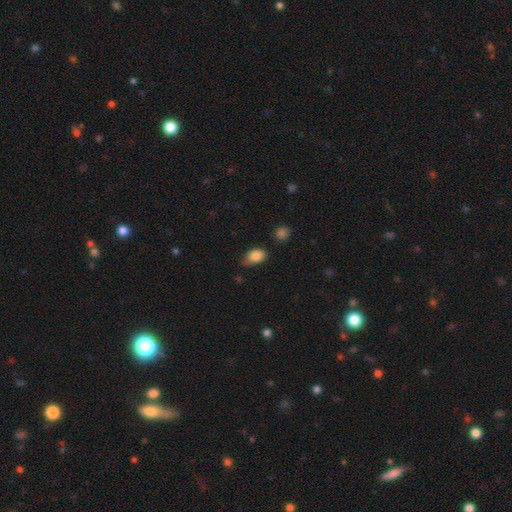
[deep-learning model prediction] A smooth galaxy with no disk features (84%) that is in between round and cigar-shaped (80%). Merging: none (53%).